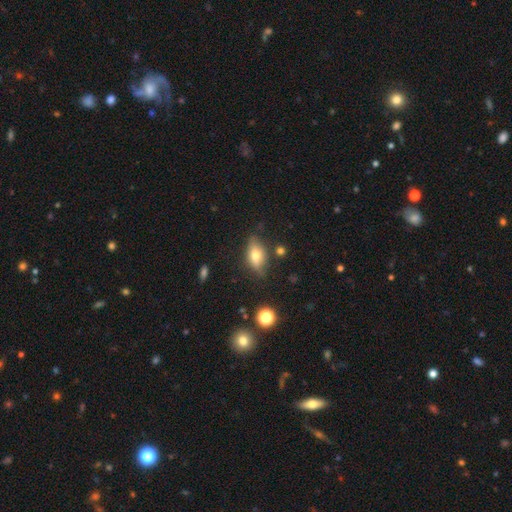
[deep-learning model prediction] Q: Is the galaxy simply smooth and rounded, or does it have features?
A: smooth — 60%.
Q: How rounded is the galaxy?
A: in between — 81%.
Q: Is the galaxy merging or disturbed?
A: none — 75%.